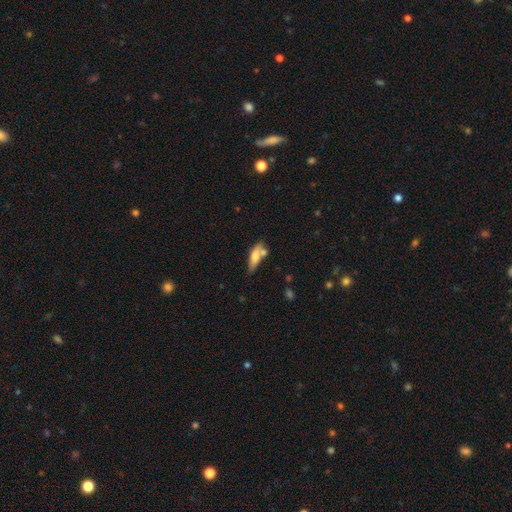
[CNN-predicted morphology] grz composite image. It shows a smooth galaxy with no disk features (63%) that is in between round and cigar-shaped (54%). Merging: none (47%).